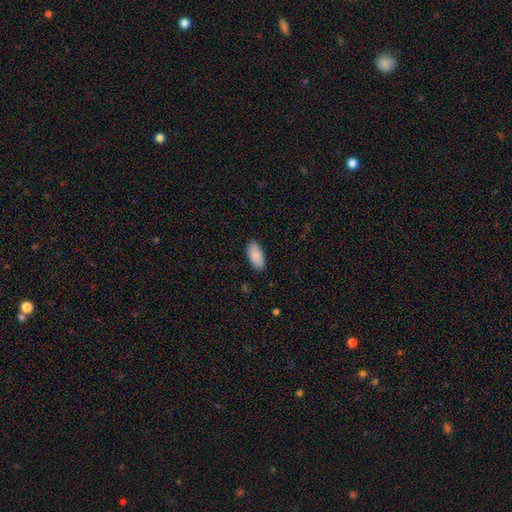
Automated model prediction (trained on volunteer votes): A smooth galaxy with no disk features (90%) that is in between round and cigar-shaped (92%). Merging: none (88%).